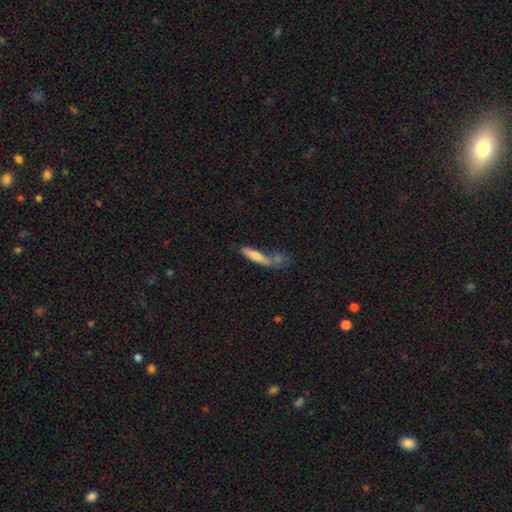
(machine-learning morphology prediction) This is likely a smooth galaxy (68%). How rounded: likely cigar-shaped (77%). Merging: marginally none (38%).